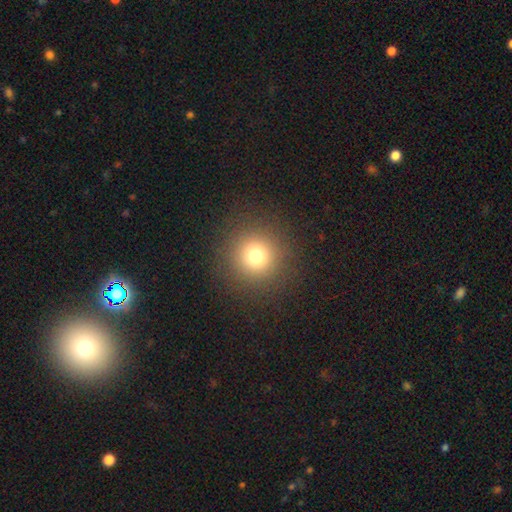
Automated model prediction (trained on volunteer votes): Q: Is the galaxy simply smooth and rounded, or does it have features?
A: smooth — 75%.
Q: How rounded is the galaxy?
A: round — 96%.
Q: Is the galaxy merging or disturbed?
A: none — 91%.